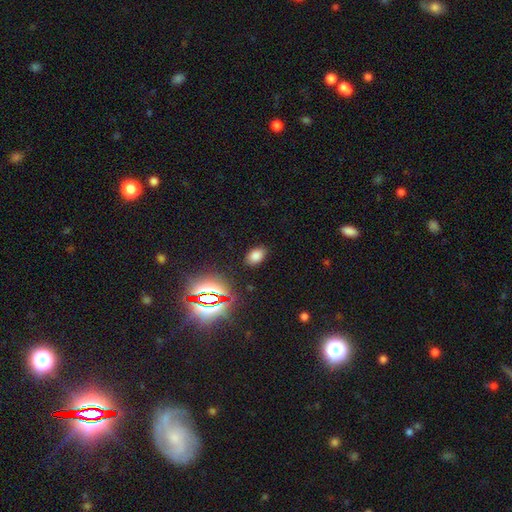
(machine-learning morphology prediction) The model was most divided on "smooth or featured": smooth: 74%, star or artifact: 20%, featured or disk: 6%. More confident: merging — none (86%); how rounded — in between (86%).